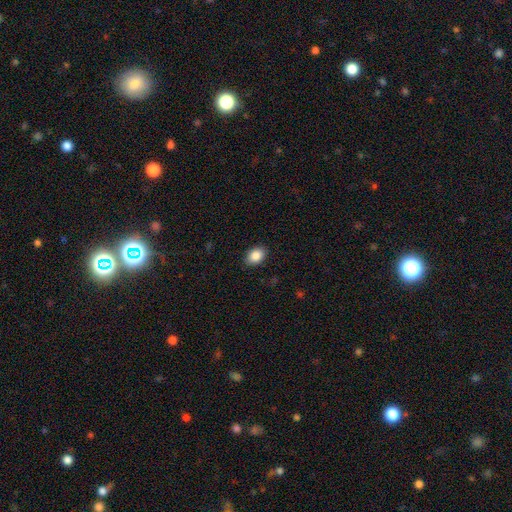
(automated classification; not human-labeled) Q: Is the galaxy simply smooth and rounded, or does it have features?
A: smooth — 87%.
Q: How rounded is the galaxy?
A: in between — 77%.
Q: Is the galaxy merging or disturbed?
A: none — 88%.